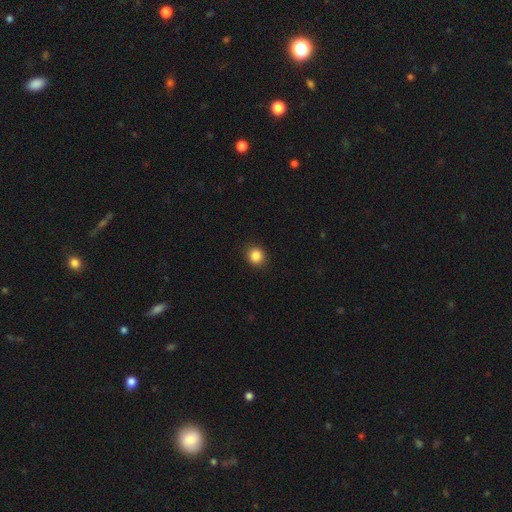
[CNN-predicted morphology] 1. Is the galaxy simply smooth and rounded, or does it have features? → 86% smooth, 10% star or artifact, 3% featured or disk.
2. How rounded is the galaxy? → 85% round, 14% in between, 1% cigar-shaped.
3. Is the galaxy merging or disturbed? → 91% none, 6% minor disturbance, 2% major disturbance, 1% merger.